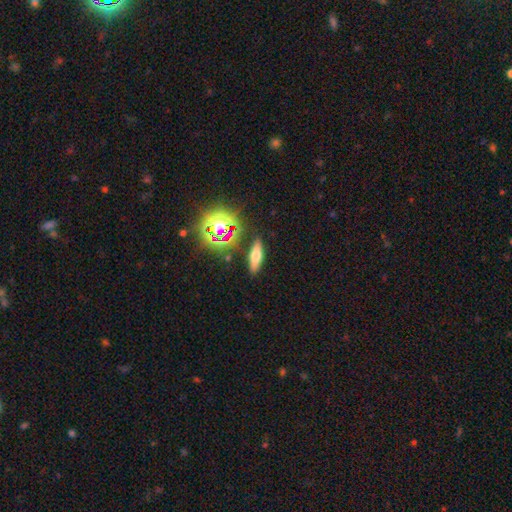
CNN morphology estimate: type=smooth (51%); roundness=cigar-shaped (55%); merging=none (86%).